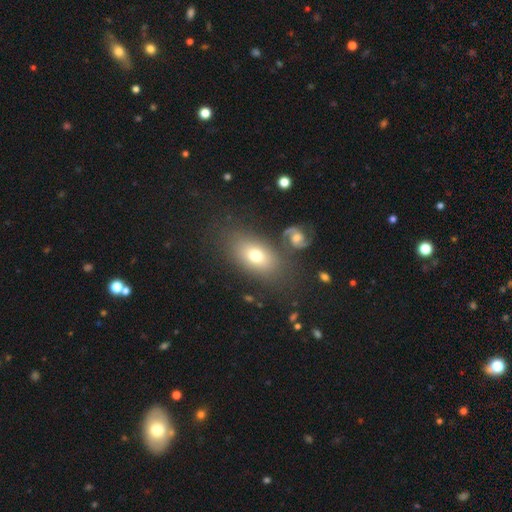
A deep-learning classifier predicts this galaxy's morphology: This is likely a smooth galaxy (68%). How rounded: clearly in between (85%). Merging: likely none (73%).